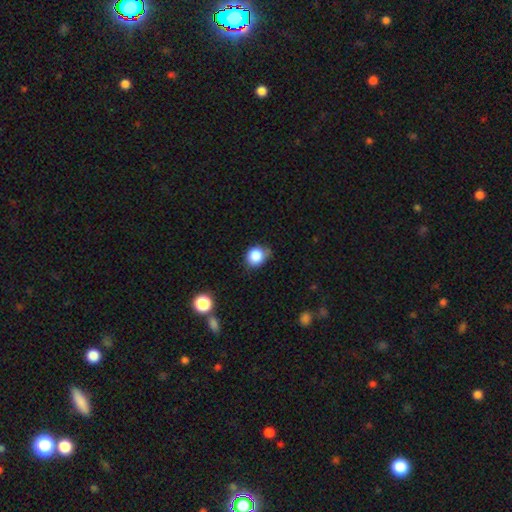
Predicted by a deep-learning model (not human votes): smooth_or_featured: smooth (p=0.85) [alt: star or artifact p=0.10]
how_rounded: round (p=0.76) [alt: in between p=0.23]
merging: none (p=0.67) [alt: minor disturbance p=0.25]